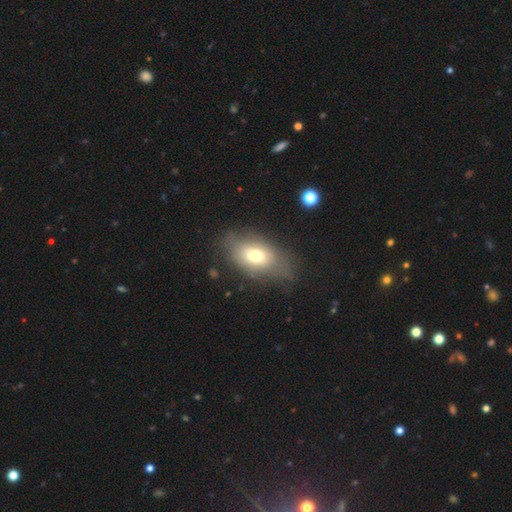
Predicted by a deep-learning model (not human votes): Morphology: type=smooth (69%); roundness=in between (84%); merging=none (61%).